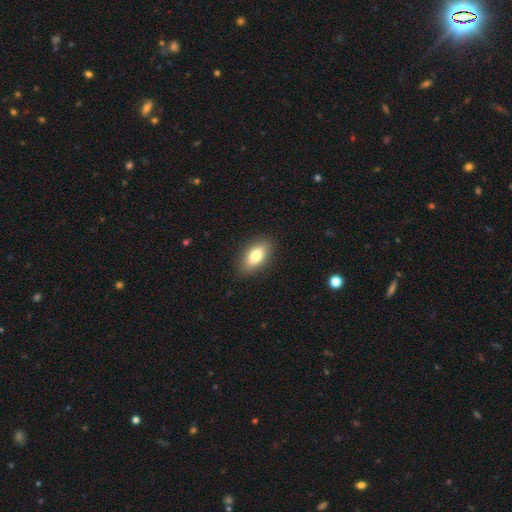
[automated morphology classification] smooth 77%, featured or disk 16%, star or artifact 7%. Down the decision tree: how rounded — in between (88%); merging — none (88%).